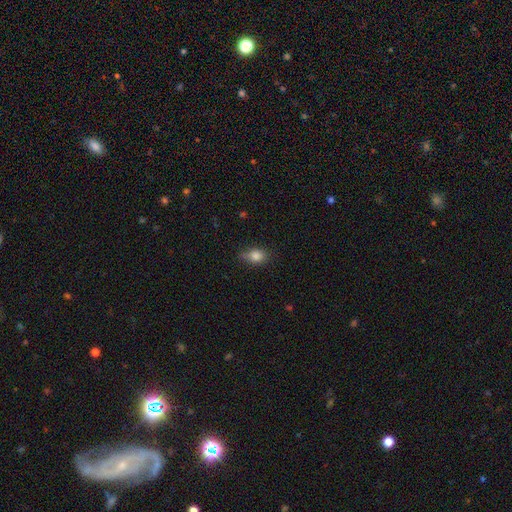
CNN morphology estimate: smooth-or-featured: smooth: 83% | star or artifact: 9% | featured or disk: 8%
  how-rounded: in between: 70% | round: 27% | cigar-shaped: 3%
  merging: none: 61% | minor disturbance: 31% | major disturbance: 6% | merger: 2%